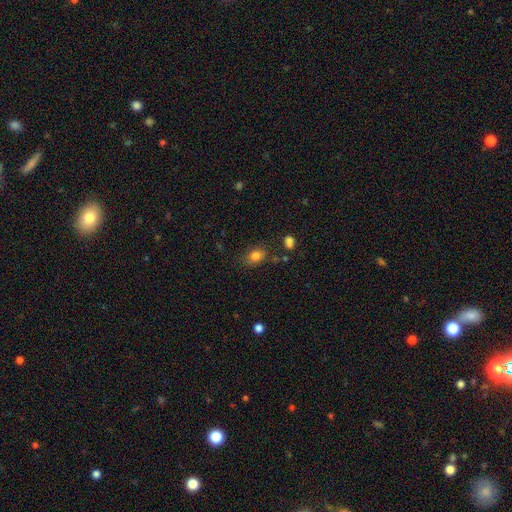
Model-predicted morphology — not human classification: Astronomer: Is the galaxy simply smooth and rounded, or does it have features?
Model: smooth — 81%.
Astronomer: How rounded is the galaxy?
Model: in between — 66%.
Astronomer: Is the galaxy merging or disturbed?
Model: none — 76%.